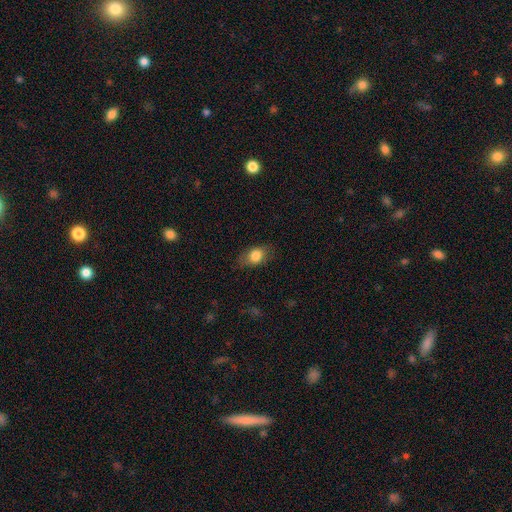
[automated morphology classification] smooth_or_featured: smooth (p=0.80) [alt: featured or disk p=0.12]
how_rounded: in between (p=0.78) [alt: round p=0.19]
merging: none (p=0.77) [alt: minor disturbance p=0.17]